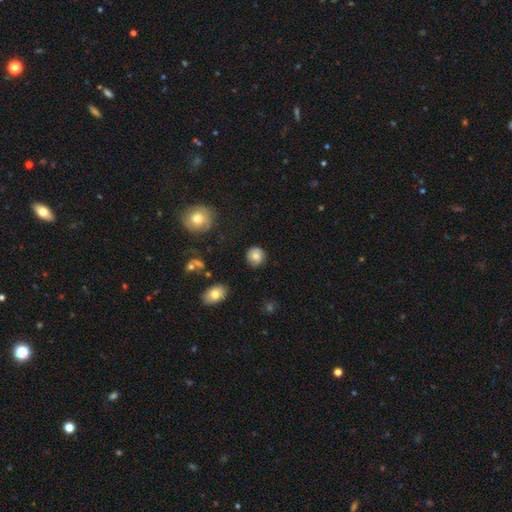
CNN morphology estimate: smooth_or_featured: smooth (p=0.75) [alt: featured or disk p=0.15]
how_rounded: round (p=0.87) [alt: in between p=0.12]
merging: none (p=0.82) [alt: minor disturbance p=0.13]